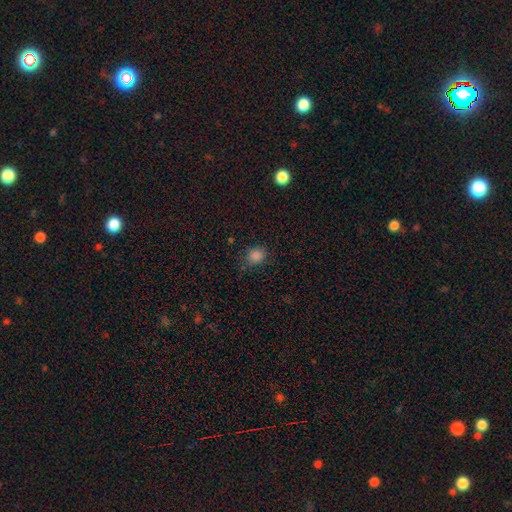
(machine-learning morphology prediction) Smooth or featured? smooth (82%)
How rounded? round (68%)
Merging? none (77%)